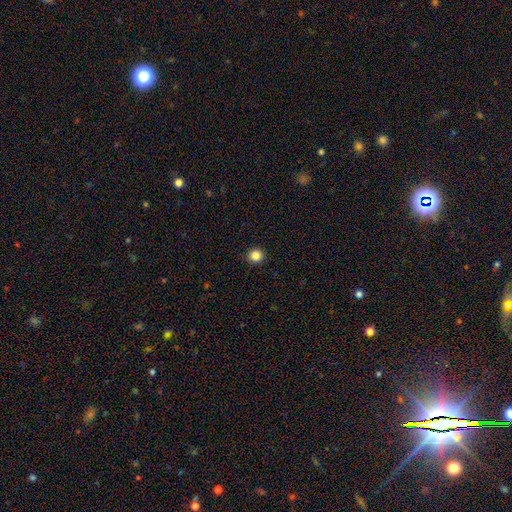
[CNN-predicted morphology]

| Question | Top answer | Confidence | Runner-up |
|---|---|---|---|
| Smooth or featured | smooth | 85% | star or artifact (11%) |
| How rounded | round | 93% | in between (6%) |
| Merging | none | 93% | minor disturbance (5%) |